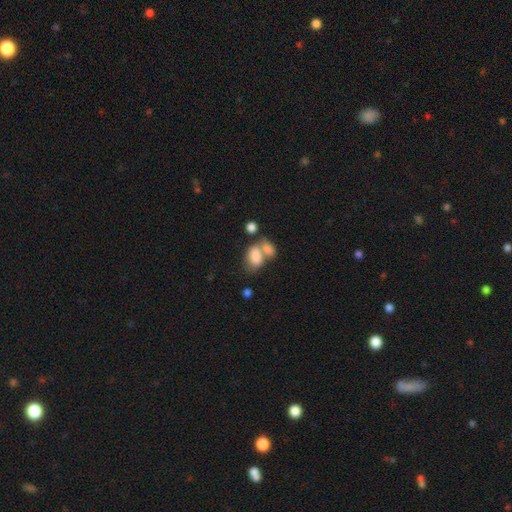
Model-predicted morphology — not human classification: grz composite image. It shows a smooth galaxy with no disk features (79%) that is in between round and cigar-shaped (88%). Merging: merger (61%).